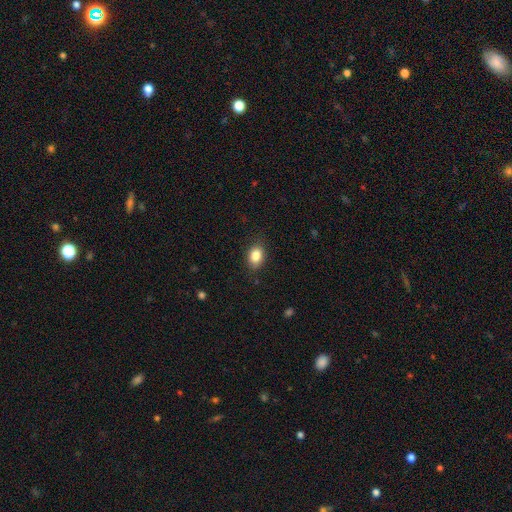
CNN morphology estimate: This is clearly a smooth galaxy (85%). How rounded: likely in between (76%). Merging: clearly none (83%).